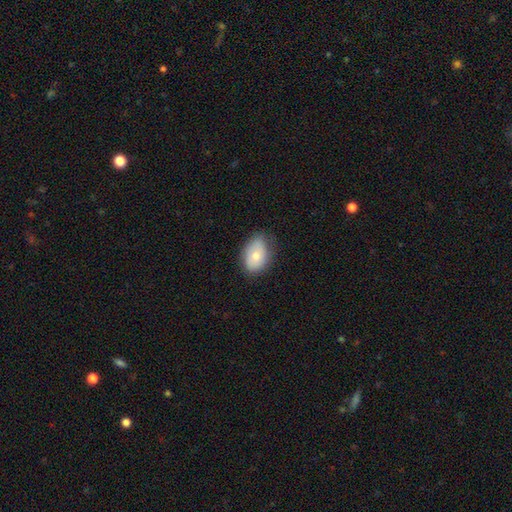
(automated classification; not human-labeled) smooth 76%, featured or disk 17%, star or artifact 7%. Down the decision tree: how rounded — in between (83%); merging — none (68%).